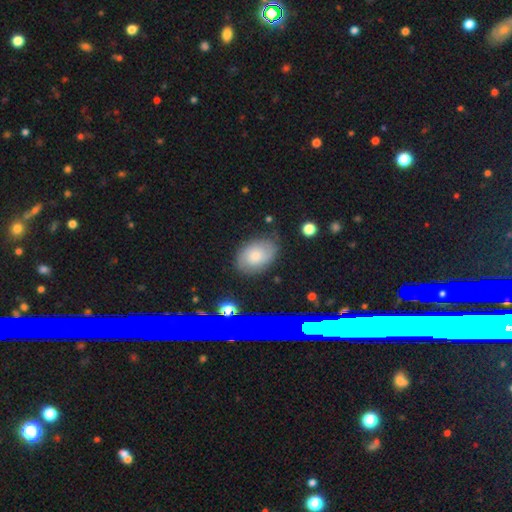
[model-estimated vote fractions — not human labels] Smooth or featured?
  - smooth: 68% *
  - featured or disk: 21%
  - star or artifact: 11%
How rounded?
  - in between: 83% *
  - round: 16%
  - cigar-shaped: 1%
Merging?
  - none: 77% *
  - minor disturbance: 16%
  - major disturbance: 4%
  - merger: 2%